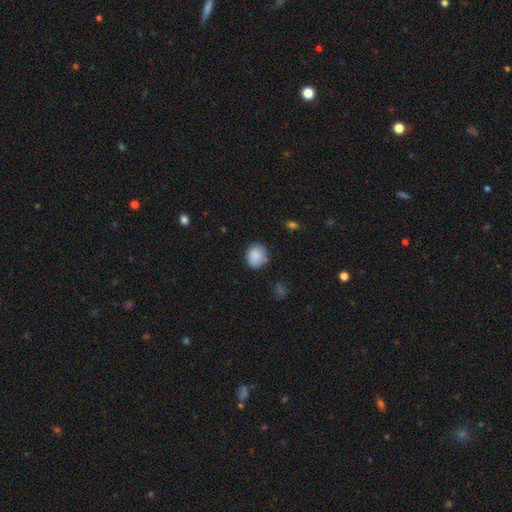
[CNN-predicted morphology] type=smooth (87%); roundness=round (65%); merging=none (76%).